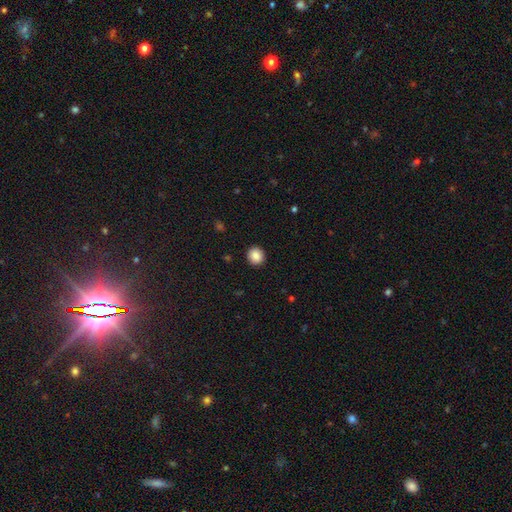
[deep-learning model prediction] Morphology: type=smooth (87%); roundness=round (90%); merging=none (92%).